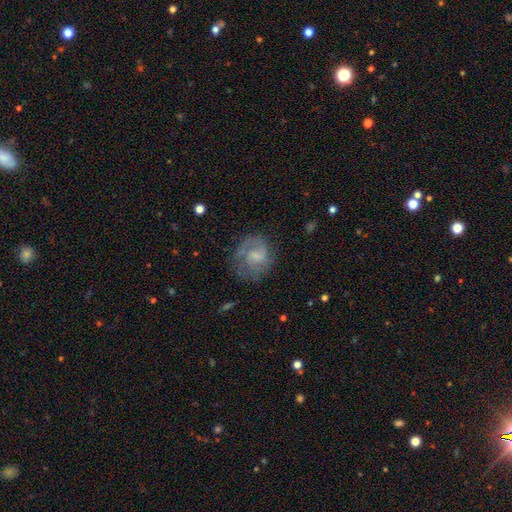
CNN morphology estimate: Q: Smooth or featured?
A: featured or disk (60%); runner-up: smooth (32%)
Q: Edge-on disk?
A: no (98%); runner-up: yes (2%)
Q: Bar?
A: no (49%); runner-up: weak (45%)
Q: Spiral arms?
A: yes (82%); runner-up: no (18%)
Q: Bulge size?
A: small (38%); runner-up: moderate (29%)
Q: Merging?
A: none (60%); runner-up: minor disturbance (21%)